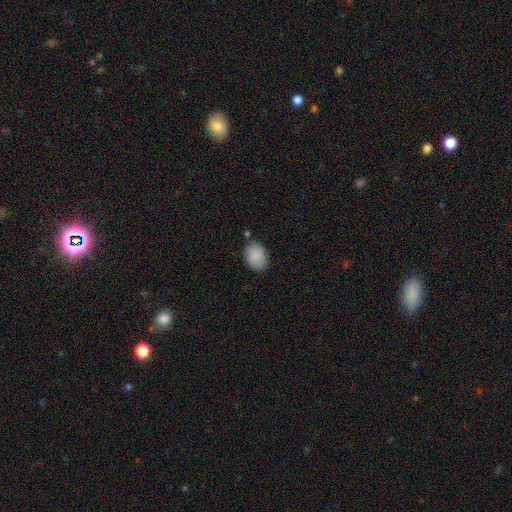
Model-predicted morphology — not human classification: Smooth or featured? Predicted: smooth (p=0.88). How rounded? Predicted: in between (p=0.80). Merging? Predicted: none (p=0.76).